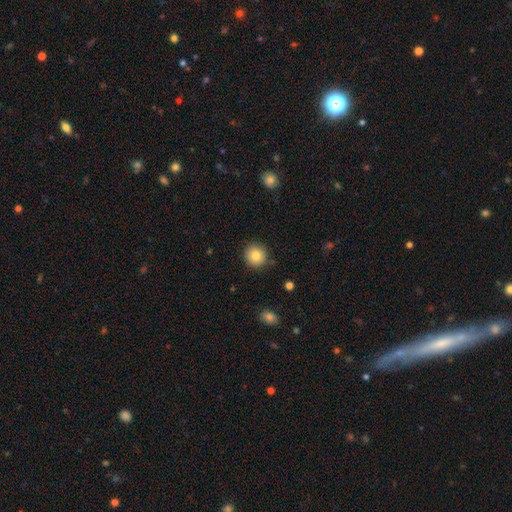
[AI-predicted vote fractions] This is clearly a smooth galaxy (83%). How rounded: clearly round (93%). Merging: clearly none (89%).